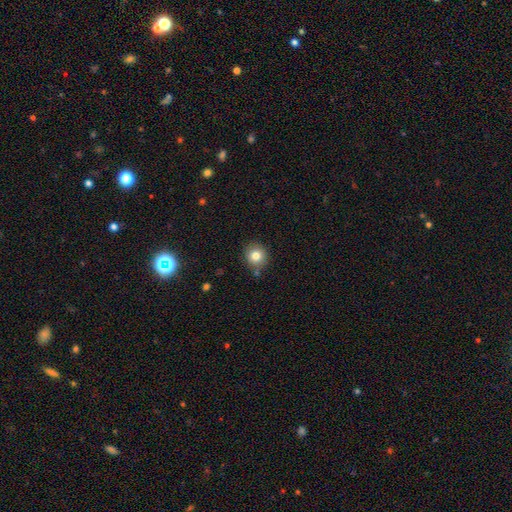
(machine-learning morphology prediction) The model was most divided on "smooth or featured": smooth: 80%, star or artifact: 11%, featured or disk: 9%. More confident: how rounded — round (88%); merging — none (82%).